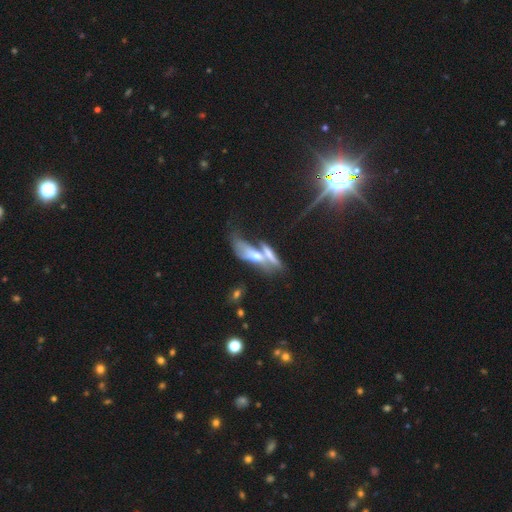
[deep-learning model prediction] A featured or disk galaxy (49%).

Vote fractions:
- Smooth or featured? featured or disk: 49% / smooth: 42% / star or artifact: 9%
- Merging? merger: 57% / none: 22% / minor disturbance: 12% / major disturbance: 9%